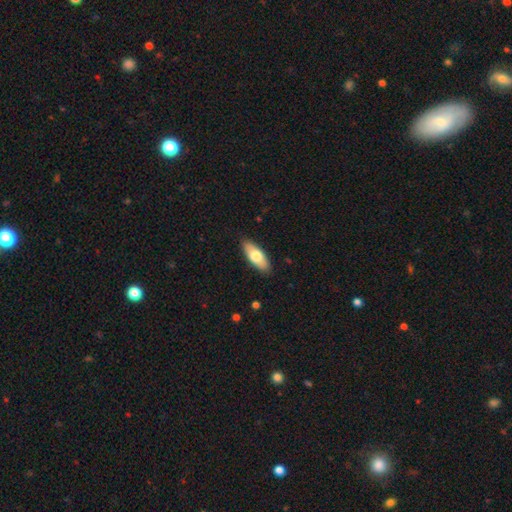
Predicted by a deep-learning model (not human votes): A smooth galaxy with no disk features (70%) that is in between round and cigar-shaped (78%).

Vote fractions:
- Smooth or featured? smooth: 70% / featured or disk: 25% / star or artifact: 6%
- How rounded? in between: 78% / cigar-shaped: 19% / round: 2%
- Merging? none: 87% / minor disturbance: 10% / major disturbance: 2% / merger: 1%